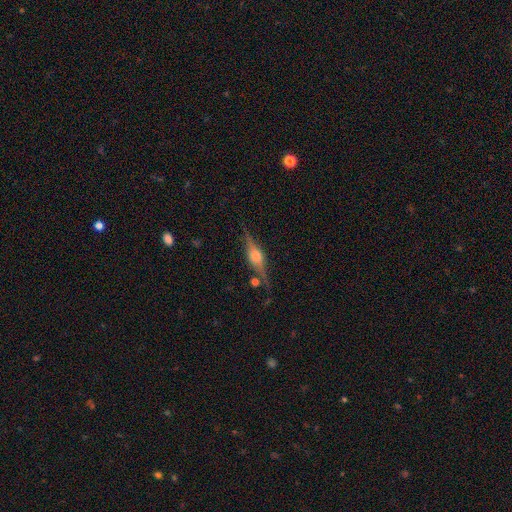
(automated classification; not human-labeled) Smooth or featured: featured or disk — 81% (smooth — 12%)
Edge-on disk: yes — 97% (no — 3%)
Edge-on bulge: rounded — 87% (boxy — 11%)
Merging: none — 82% (minor disturbance — 12%)